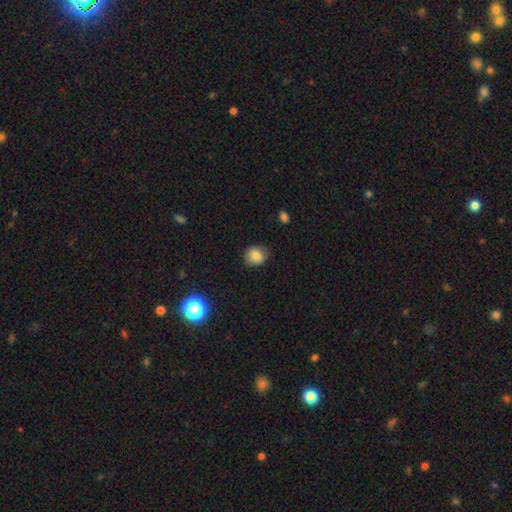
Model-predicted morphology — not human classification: Overall: smooth (82%). How rounded: round (74%). Merging: none (79%).